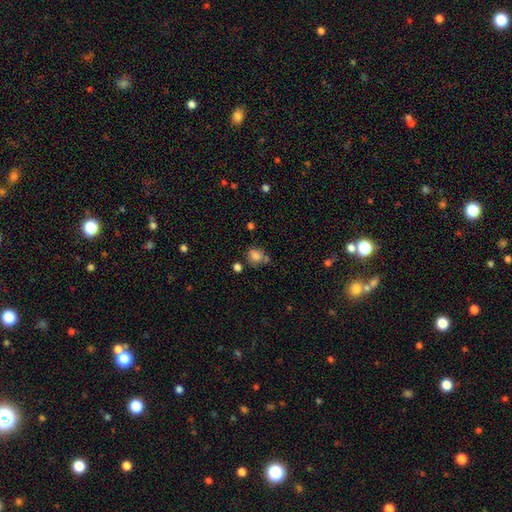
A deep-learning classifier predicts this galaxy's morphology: This appears to be a smooth galaxy with no disk features (79%) that is round (71%). Merging: none (56%).